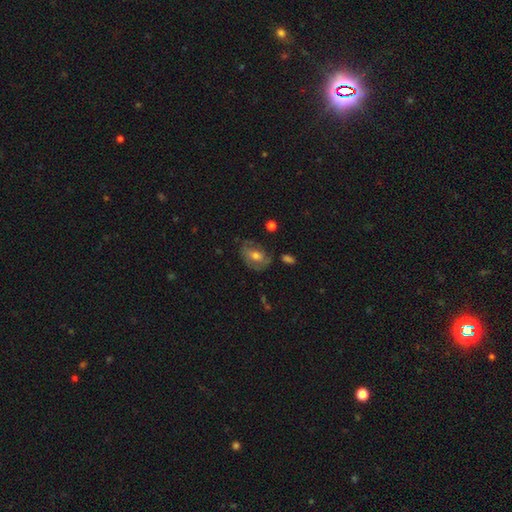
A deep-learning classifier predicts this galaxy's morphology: This is possibly a smooth galaxy (47%). Merging: possibly none (58%).